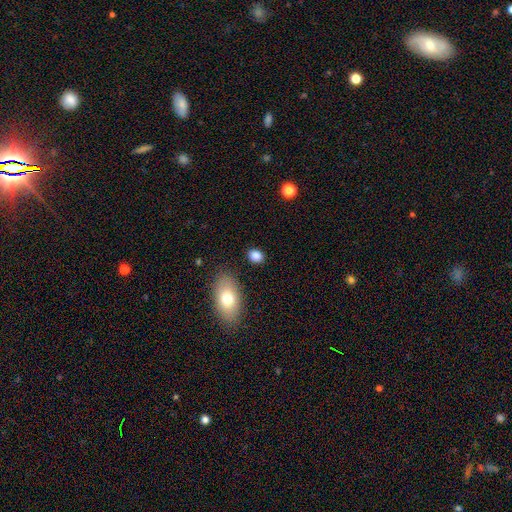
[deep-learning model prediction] Smooth or featured: smooth — 84% (star or artifact — 10%)
How rounded: in between — 65% (round — 33%)
Merging: none — 84% (minor disturbance — 10%)